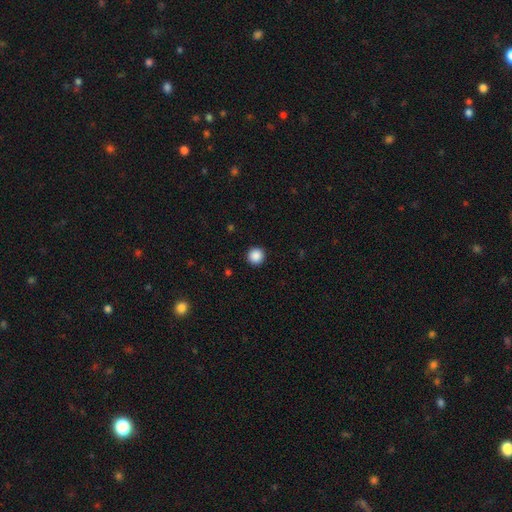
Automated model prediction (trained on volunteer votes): This appears to be a smooth galaxy with no disk features (88%) that is round (96%). Merging: none (93%).